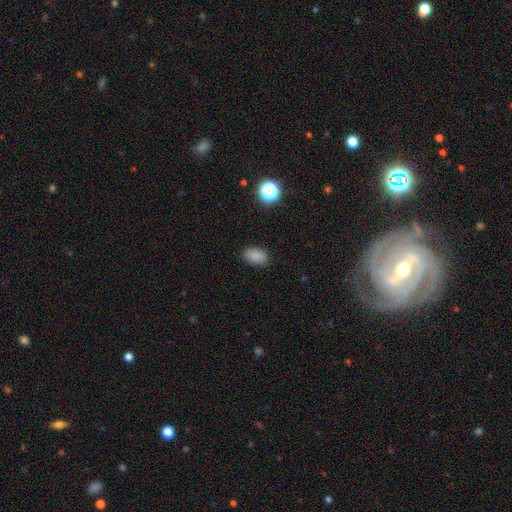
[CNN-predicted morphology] smooth 85%, star or artifact 11%, featured or disk 3%. Down the decision tree: how rounded — in between (88%); merging — none (86%).